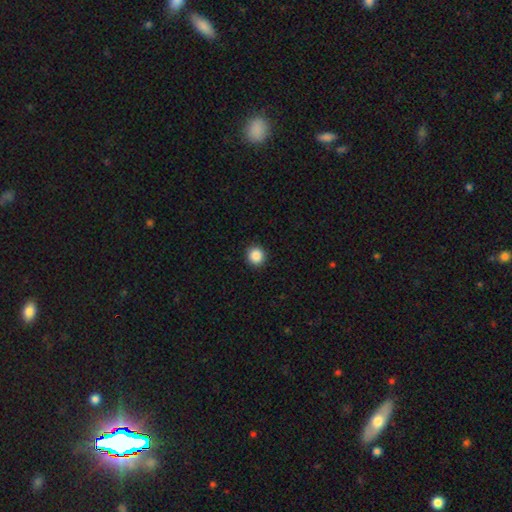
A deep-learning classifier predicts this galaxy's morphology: smooth_or_featured: smooth (p=0.88) [alt: star or artifact p=0.09]
how_rounded: round (p=0.92) [alt: in between p=0.07]
merging: none (p=0.93) [alt: minor disturbance p=0.05]